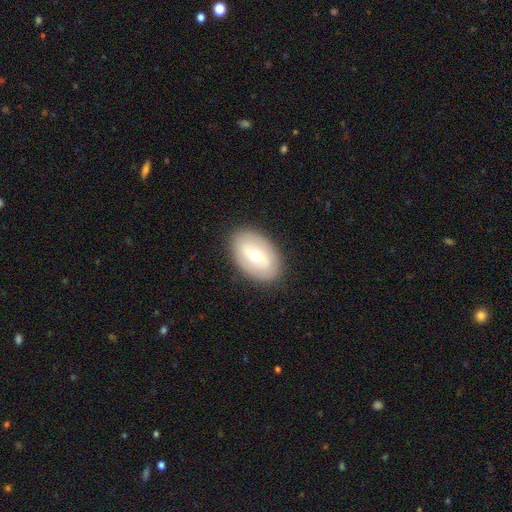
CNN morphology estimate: type=featured or disk (50%); edge-on=no (90%); merging=none (87%).